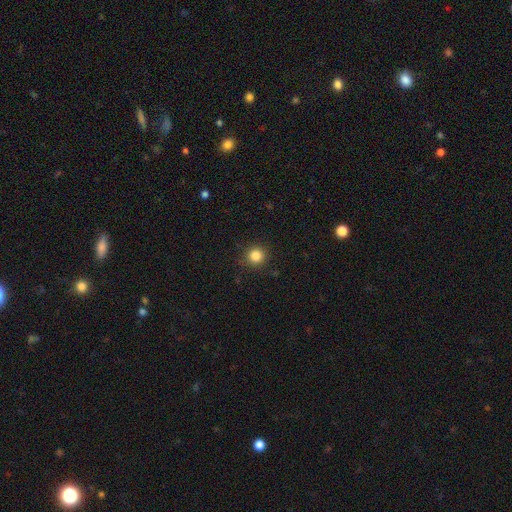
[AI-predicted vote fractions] smooth-or-featured: smooth: 84% | star or artifact: 12% | featured or disk: 4%
  how-rounded: round: 94% | in between: 5% | cigar-shaped: 1%
  merging: none: 90% | minor disturbance: 7% | major disturbance: 2% | merger: 1%